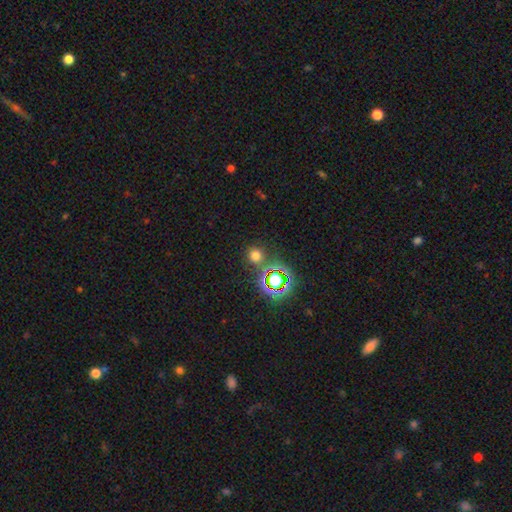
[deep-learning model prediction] The model was most divided on "smooth or featured": smooth: 63%, star or artifact: 31%, featured or disk: 6%. More confident: how rounded — round (85%); merging — none (79%).